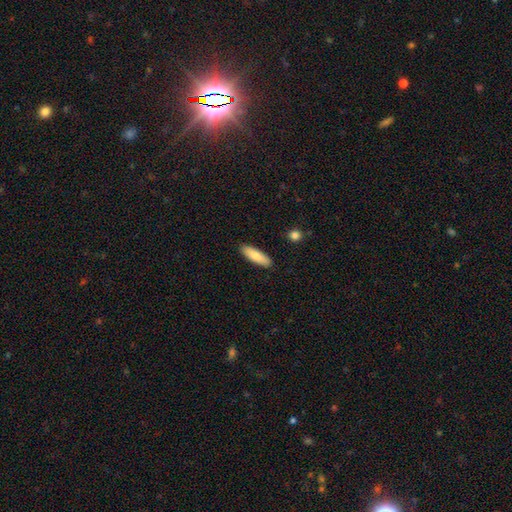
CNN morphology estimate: smooth-or-featured: smooth: 82% | featured or disk: 12% | star or artifact: 6%
  how-rounded: cigar-shaped: 56% | in between: 42% | round: 2%
  merging: none: 90% | minor disturbance: 8% | major disturbance: 2% | merger: 1%